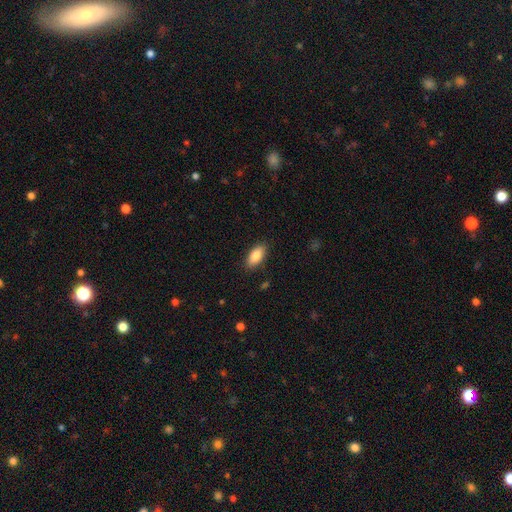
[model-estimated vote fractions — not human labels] Q: Smooth or featured?
A: smooth (84%); runner-up: featured or disk (9%)
Q: How rounded?
A: in between (89%); runner-up: cigar-shaped (9%)
Q: Merging?
A: none (86%); runner-up: minor disturbance (10%)